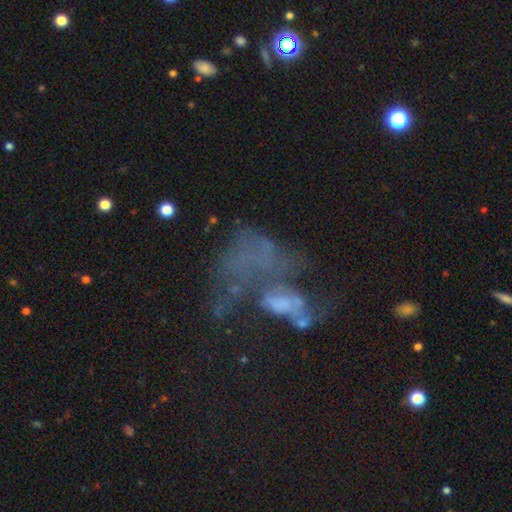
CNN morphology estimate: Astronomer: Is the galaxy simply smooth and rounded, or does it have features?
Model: featured or disk — 44% (runner-up: star or artifact, 33%).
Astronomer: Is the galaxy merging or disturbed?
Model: major disturbance — 41% (runner-up: merger, 27%).